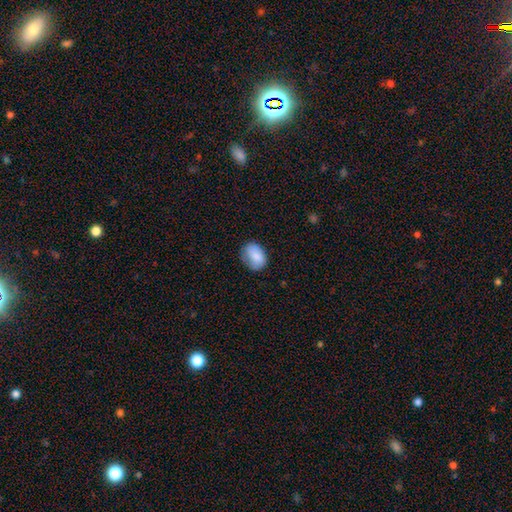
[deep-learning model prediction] This appears to be a smooth galaxy with no disk features (82%) that is in between round and cigar-shaped (71%). Merging: none (65%).